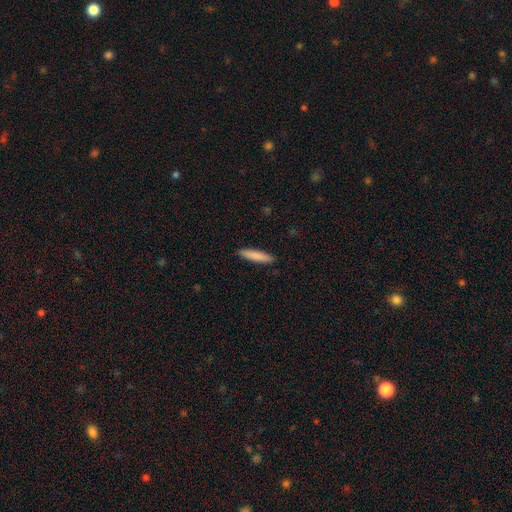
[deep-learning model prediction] This is clearly a smooth galaxy (86%). How rounded: clearly cigar-shaped (86%). Merging: clearly none (91%).